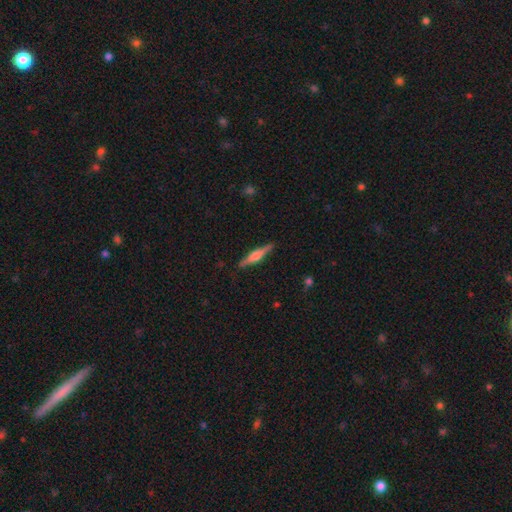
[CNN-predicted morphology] featured or disk 69%, smooth 26%, star or artifact 6%. Down the decision tree: edge-on disk — yes (98%); edge-on bulge — rounded (80%); merging — none (90%).